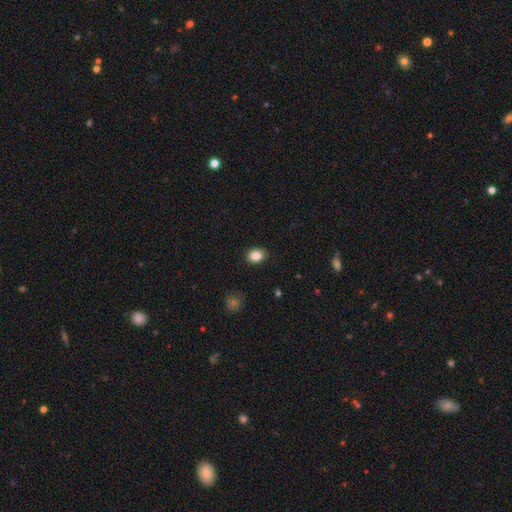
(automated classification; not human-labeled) Smooth or featured?
  - smooth: 86% *
  - star or artifact: 9%
  - featured or disk: 5%
How rounded?
  - in between: 59% *
  - round: 40%
  - cigar-shaped: 1%
Merging?
  - none: 87% *
  - minor disturbance: 10%
  - major disturbance: 2%
  - merger: 1%